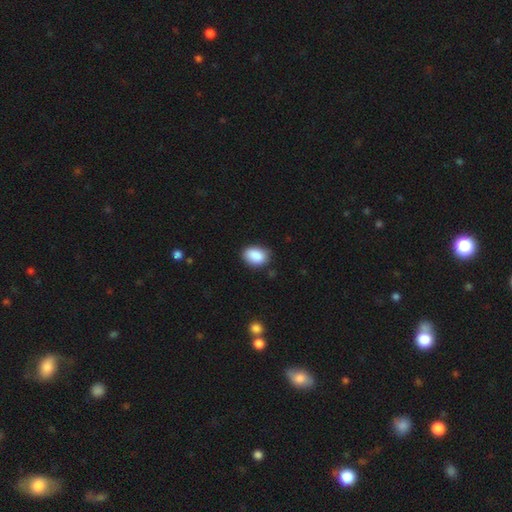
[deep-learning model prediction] smooth-or-featured: smooth: 89% | star or artifact: 7% | featured or disk: 4%
  how-rounded: in between: 82% | round: 17% | cigar-shaped: 1%
  merging: none: 79% | minor disturbance: 16% | major disturbance: 3% | merger: 2%